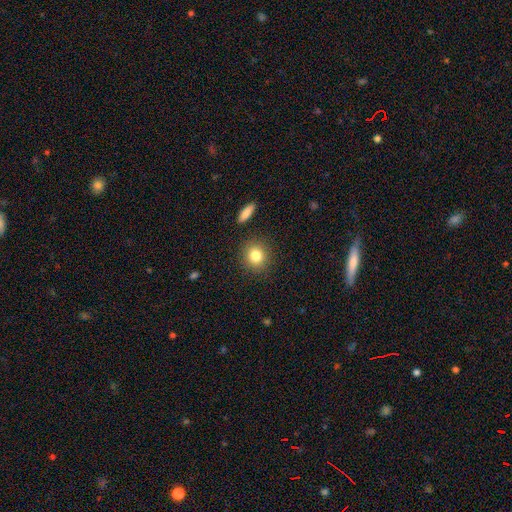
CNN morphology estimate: type=smooth (82%); roundness=round (86%); merging=none (88%).